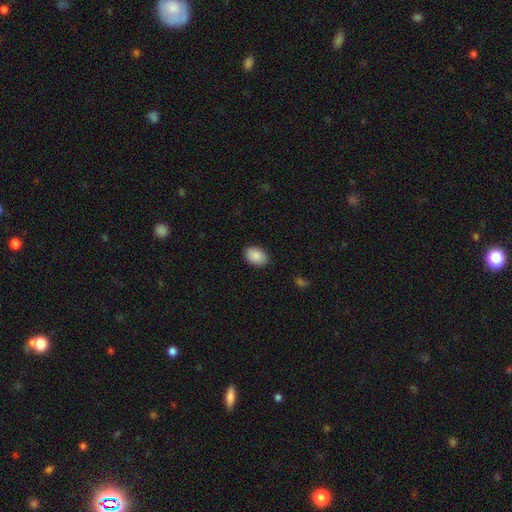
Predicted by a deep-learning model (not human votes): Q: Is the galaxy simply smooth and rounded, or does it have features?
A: smooth — 89%.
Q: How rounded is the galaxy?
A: in between — 88%.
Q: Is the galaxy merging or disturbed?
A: none — 87%.